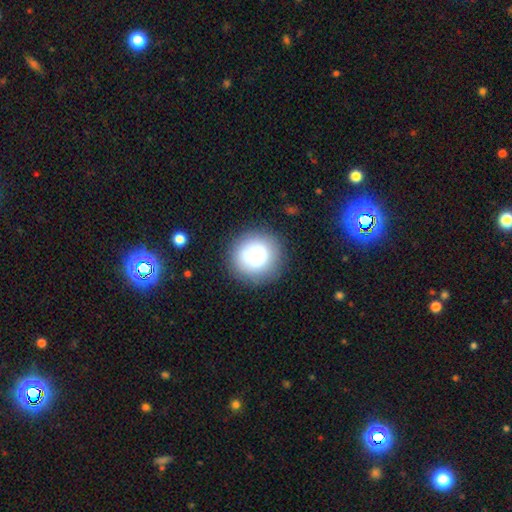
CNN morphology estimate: Smooth or featured?
  - smooth: 74% *
  - featured or disk: 16%
  - star or artifact: 10%
How rounded?
  - round: 94% *
  - in between: 6%
  - cigar-shaped: 1%
Merging?
  - none: 87% *
  - minor disturbance: 8%
  - major disturbance: 4%
  - merger: 1%